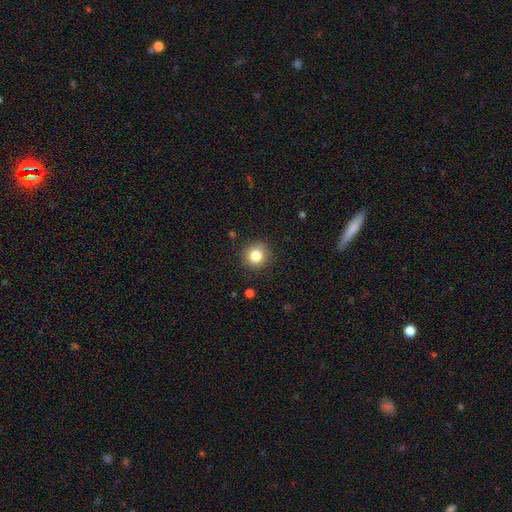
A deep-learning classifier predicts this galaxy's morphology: Smooth or featured? Predicted: smooth (p=0.82). How rounded? Predicted: round (p=0.92). Merging? Predicted: none (p=0.88).